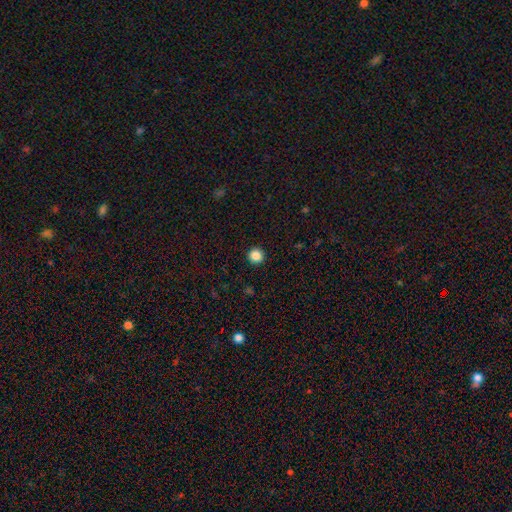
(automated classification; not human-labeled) smooth 86%, star or artifact 11%, featured or disk 3%. Down the decision tree: how rounded — round (95%); merging — none (93%).